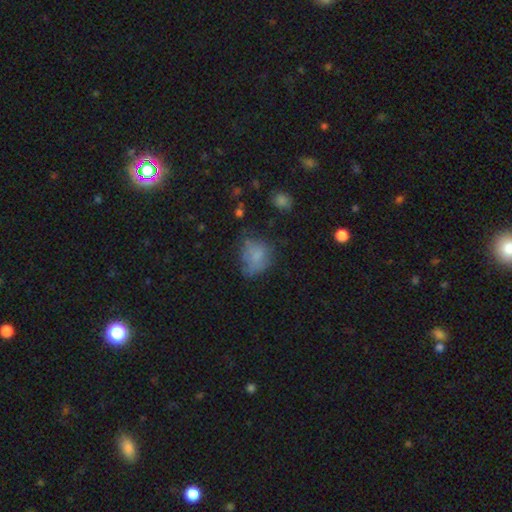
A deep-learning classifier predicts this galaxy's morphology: Overall: smooth (66%). How rounded: in between (52%; round 46%). Merging: none (42%; minor disturbance 29%).